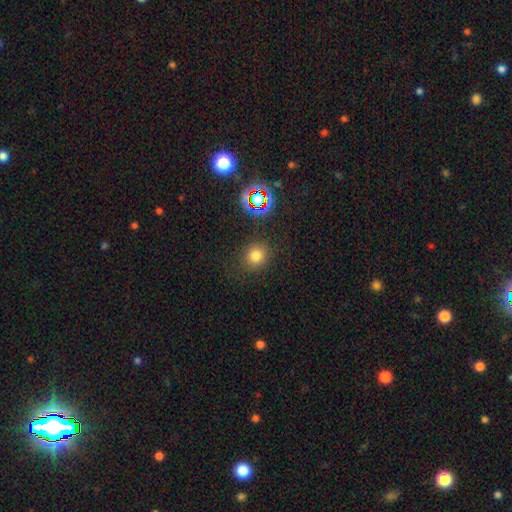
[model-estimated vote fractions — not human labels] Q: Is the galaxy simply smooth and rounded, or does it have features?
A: smooth — 74%.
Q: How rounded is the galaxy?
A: round — 85%.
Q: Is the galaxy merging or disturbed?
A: none — 84%.